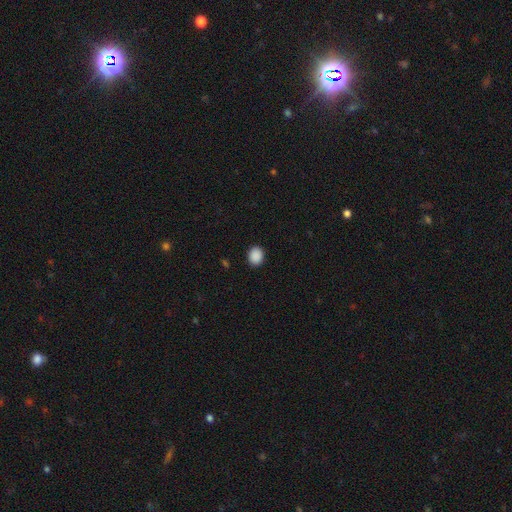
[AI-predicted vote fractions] Morphology: type=smooth (90%); roundness=round (54%); merging=none (91%).